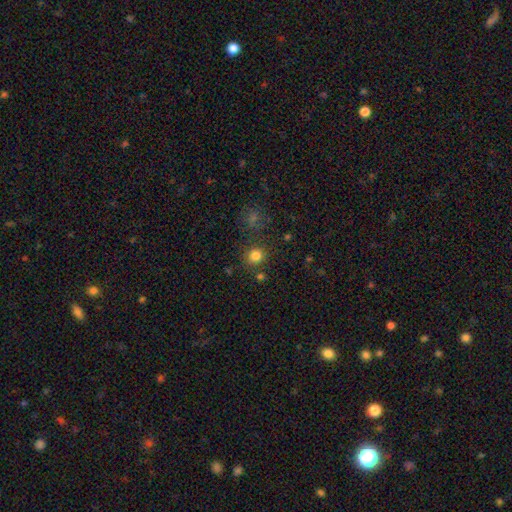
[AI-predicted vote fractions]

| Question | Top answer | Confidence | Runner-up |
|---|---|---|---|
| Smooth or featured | smooth | 81% | star or artifact (14%) |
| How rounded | round | 88% | in between (11%) |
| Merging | none | 82% | minor disturbance (9%) |